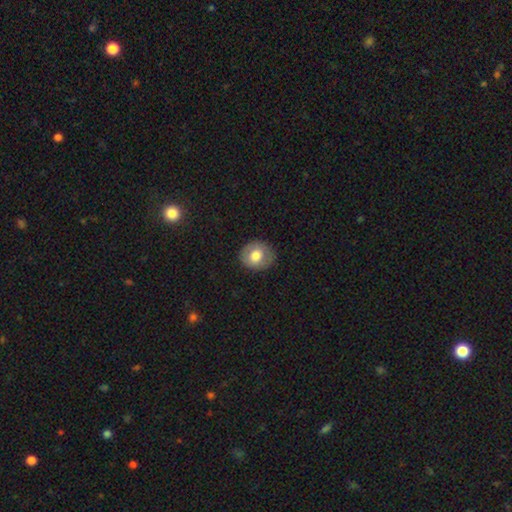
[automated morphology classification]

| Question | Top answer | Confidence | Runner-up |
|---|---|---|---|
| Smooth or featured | smooth | 71% | featured or disk (21%) |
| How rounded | round | 69% | in between (30%) |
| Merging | none | 85% | minor disturbance (11%) |